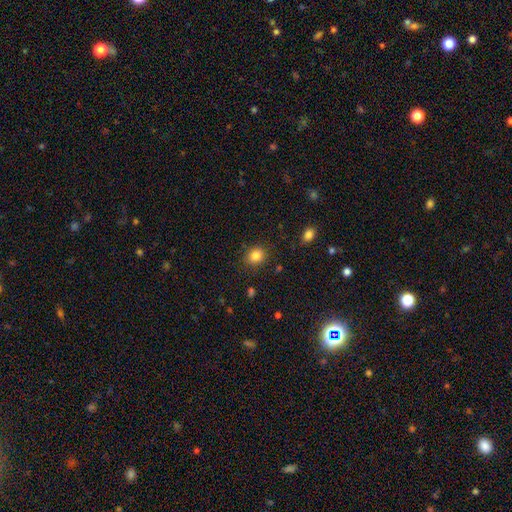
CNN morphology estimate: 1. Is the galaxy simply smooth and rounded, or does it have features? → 84% smooth, 10% star or artifact, 5% featured or disk.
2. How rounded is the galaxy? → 72% round, 27% in between, 1% cigar-shaped.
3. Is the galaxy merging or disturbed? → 86% none, 9% minor disturbance, 3% major disturbance, 2% merger.